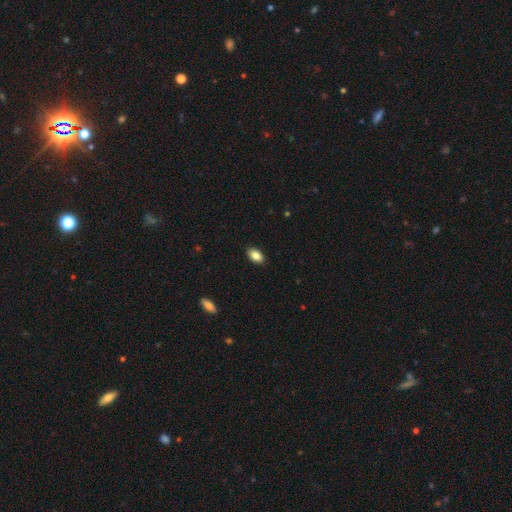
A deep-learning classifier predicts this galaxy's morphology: Overall: smooth (85%). How rounded: in between (91%). Merging: none (89%).